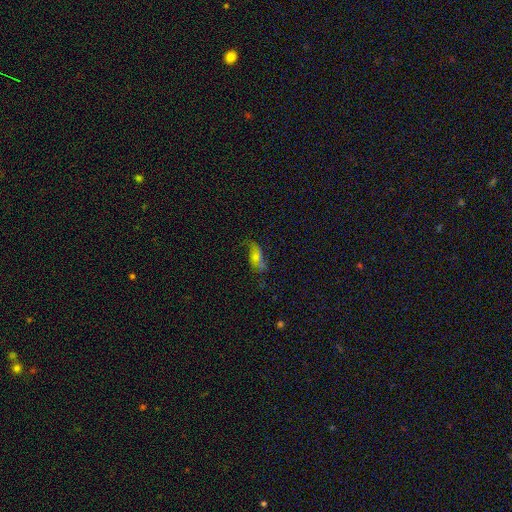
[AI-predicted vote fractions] Smooth or featured?
  - smooth: 43% *
  - featured or disk: 37%
  - star or artifact: 20%
Merging?
  - none: 44% *
  - minor disturbance: 27%
  - major disturbance: 24%
  - merger: 5%